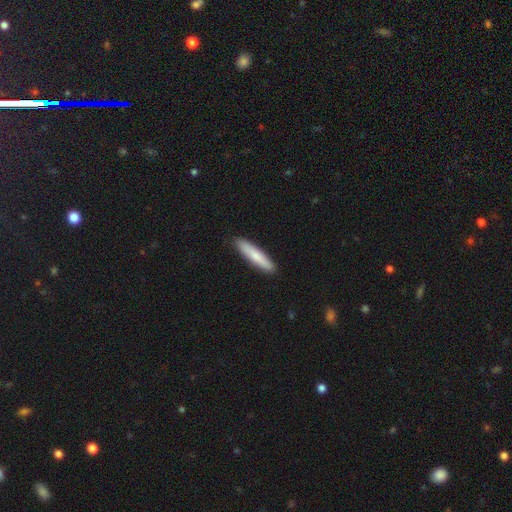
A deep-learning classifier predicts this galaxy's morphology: smooth-or-featured: smooth: 75% | featured or disk: 20% | star or artifact: 5%
  how-rounded: cigar-shaped: 88% | in between: 10% | round: 1%
  merging: none: 90% | minor disturbance: 8% | major disturbance: 1% | merger: 1%